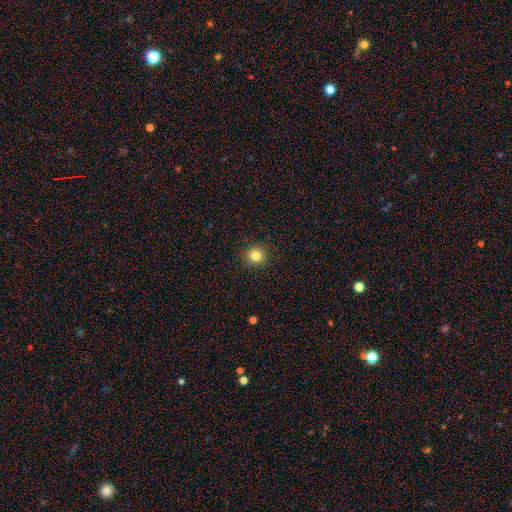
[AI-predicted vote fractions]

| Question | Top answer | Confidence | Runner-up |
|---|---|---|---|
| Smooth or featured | smooth | 82% | star or artifact (12%) |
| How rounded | round | 92% | in between (7%) |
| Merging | none | 92% | minor disturbance (5%) |